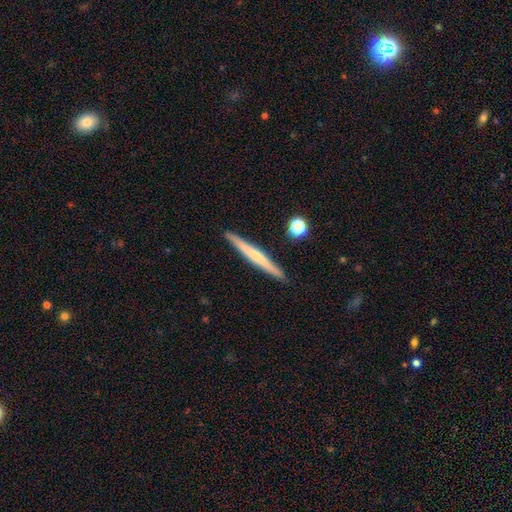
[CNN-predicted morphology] Overall: featured or disk (50%; smooth 44%). Merging: none (91%).